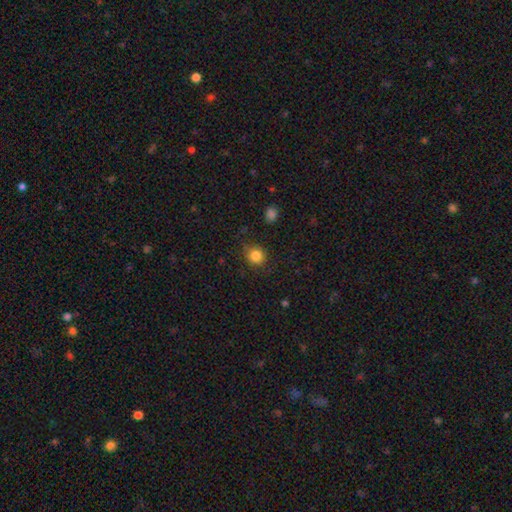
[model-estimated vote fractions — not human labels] The model was most divided on "how rounded": round: 85%, in between: 14%, cigar-shaped: 1%. More confident: smooth or featured — smooth (84%); merging — none (84%).